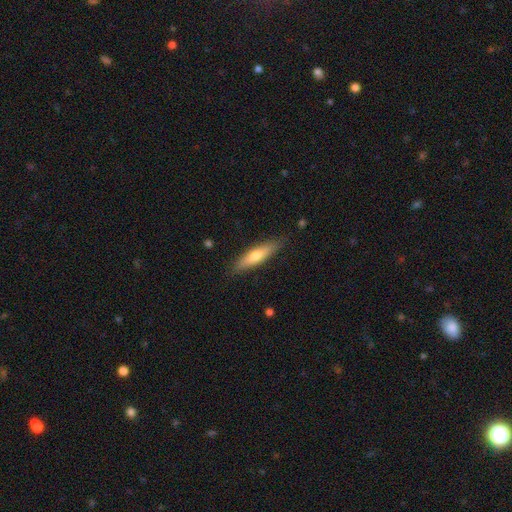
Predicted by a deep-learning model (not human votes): Overall: smooth (61%; featured or disk 33%). How rounded: cigar-shaped (77%). Merging: none (86%).